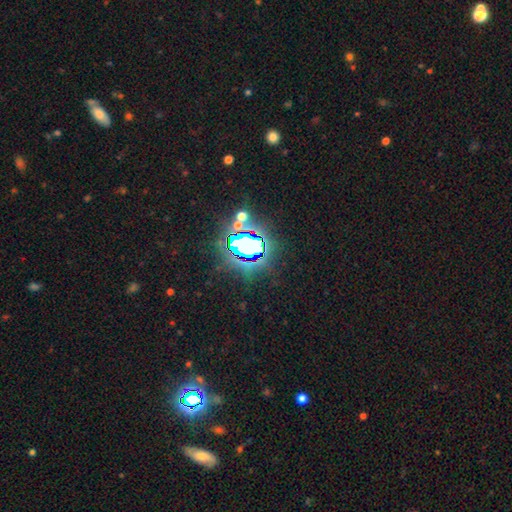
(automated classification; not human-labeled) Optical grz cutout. It shows a star or artifact, not a galaxy (74%).